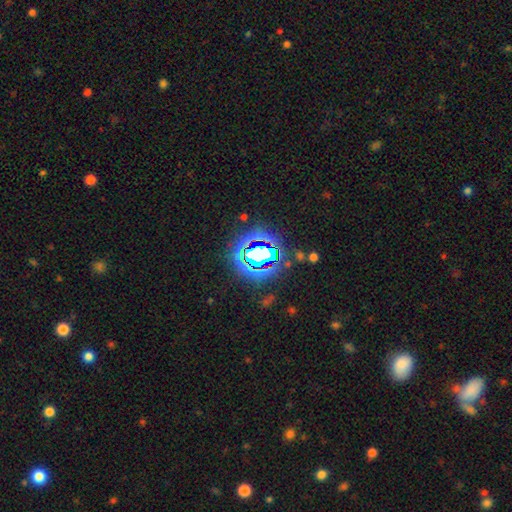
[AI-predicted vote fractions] Smooth or featured? star or artifact (69%)